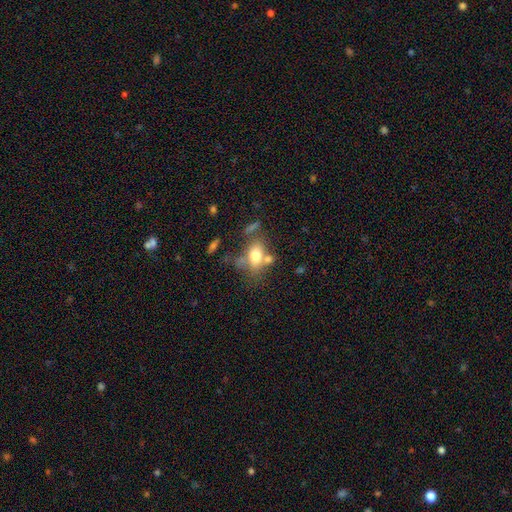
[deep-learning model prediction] This appears to be a smooth galaxy with no disk features (69%) that is in between round and cigar-shaped (79%). Merging: none (45%).